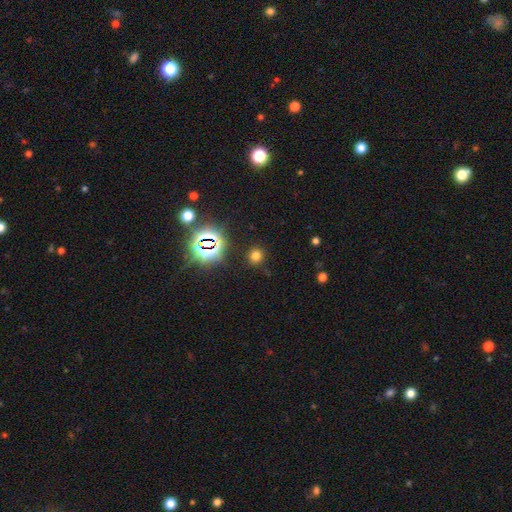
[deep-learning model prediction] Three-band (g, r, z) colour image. It shows a smooth galaxy with no disk features (66%) that is round (86%). Merging: none (88%).